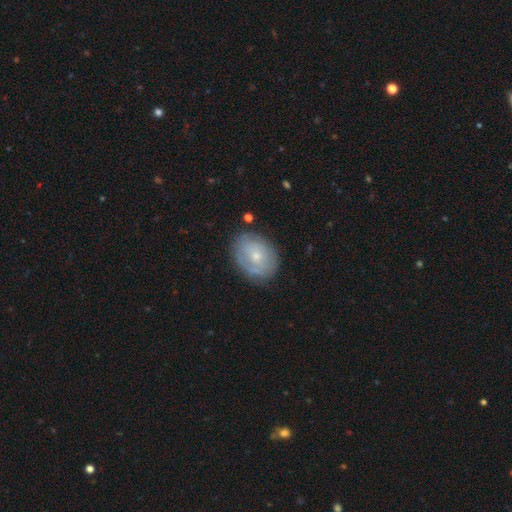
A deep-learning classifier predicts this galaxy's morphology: This appears to be a smooth galaxy with no disk features (53%) that is in between round and cigar-shaped (65%). Merging: none (73%).